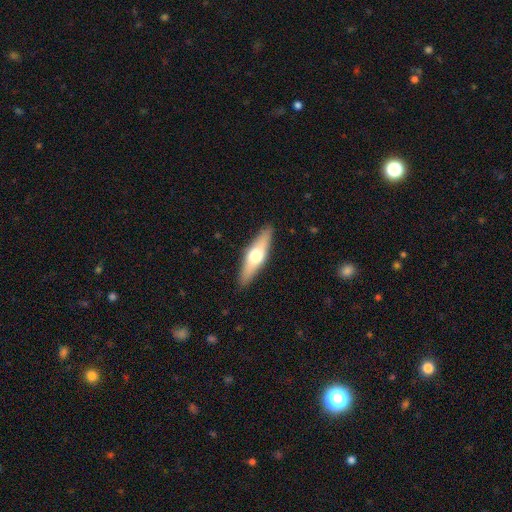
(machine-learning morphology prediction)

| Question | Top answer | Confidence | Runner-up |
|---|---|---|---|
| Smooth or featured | featured or disk | 49% | smooth (46%) |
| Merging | none | 89% | minor disturbance (8%) |